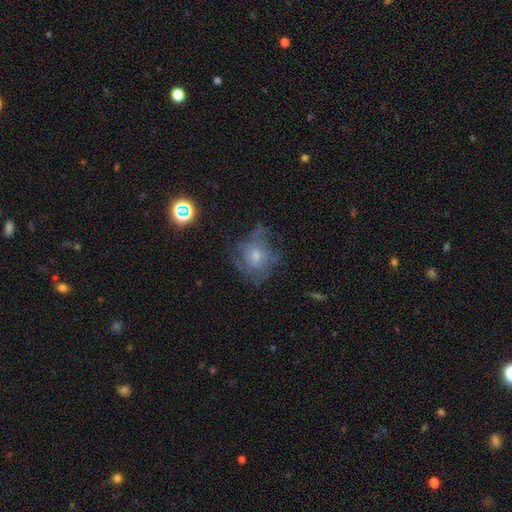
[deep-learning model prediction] This appears to be a featured or disk galaxy (54%) with no bar (67%), spiral arms (56%) and a moderate central bulge (46%). Merging: none (51%).